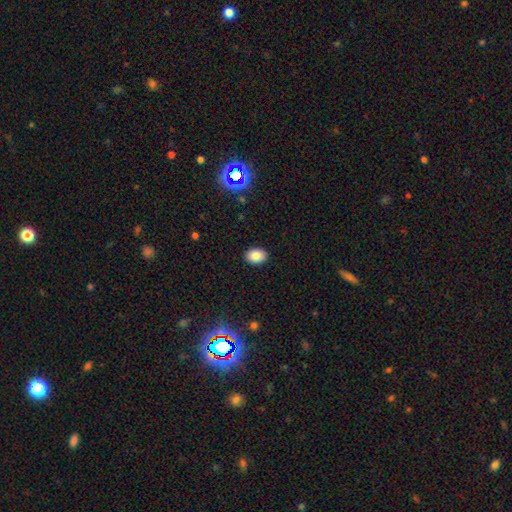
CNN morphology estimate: smooth-or-featured: smooth: 85% | star or artifact: 9% | featured or disk: 6%
  how-rounded: in between: 74% | round: 25% | cigar-shaped: 1%
  merging: none: 90% | minor disturbance: 7% | major disturbance: 2% | merger: 1%